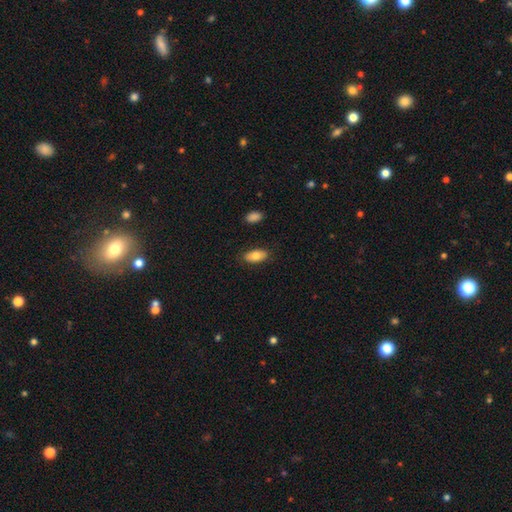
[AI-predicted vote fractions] smooth-or-featured: smooth: 81% | featured or disk: 13% | star or artifact: 7%
  how-rounded: in between: 92% | cigar-shaped: 6% | round: 3%
  merging: none: 85% | minor disturbance: 11% | major disturbance: 3% | merger: 2%